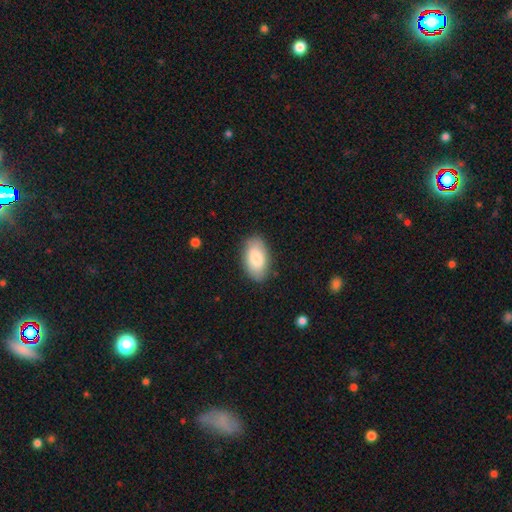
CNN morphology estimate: Smooth or featured?
  - smooth: 83% *
  - featured or disk: 11%
  - star or artifact: 6%
How rounded?
  - in between: 95% *
  - round: 3%
  - cigar-shaped: 2%
Merging?
  - none: 86% *
  - minor disturbance: 10%
  - major disturbance: 3%
  - merger: 1%